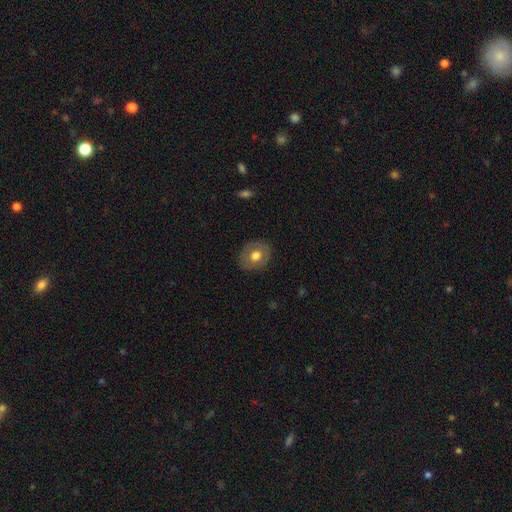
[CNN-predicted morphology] This appears to be a smooth galaxy with no disk features (67%) that is round (64%). Merging: none (87%).